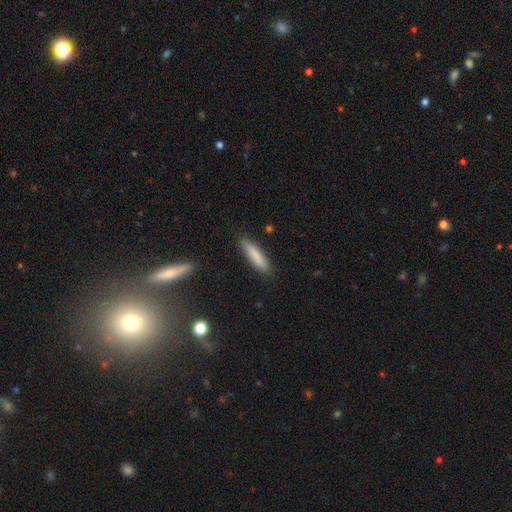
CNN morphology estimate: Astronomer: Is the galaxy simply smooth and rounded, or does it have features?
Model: smooth — 82%.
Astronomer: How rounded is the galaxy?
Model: cigar-shaped — 82%.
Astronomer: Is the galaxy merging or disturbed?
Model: none — 86%.